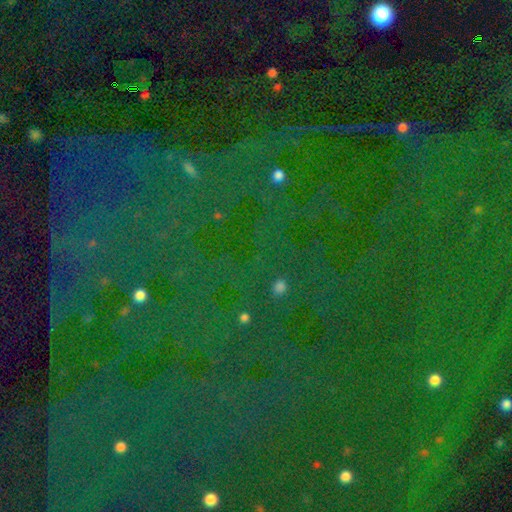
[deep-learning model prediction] star or artifact 84%, smooth 9%, featured or disk 7%.